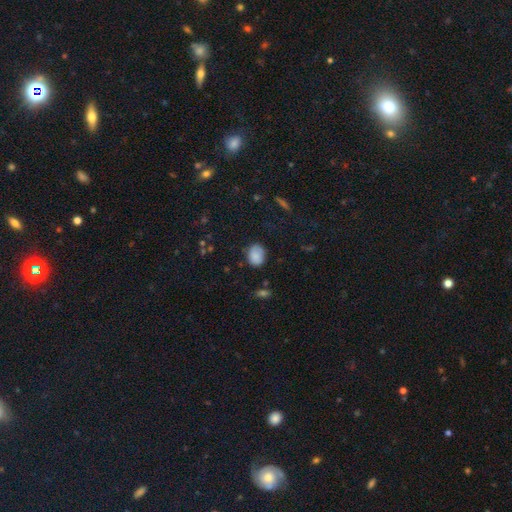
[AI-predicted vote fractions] A smooth galaxy with no disk features (83%) that is round (51%). Merging: none (69%).